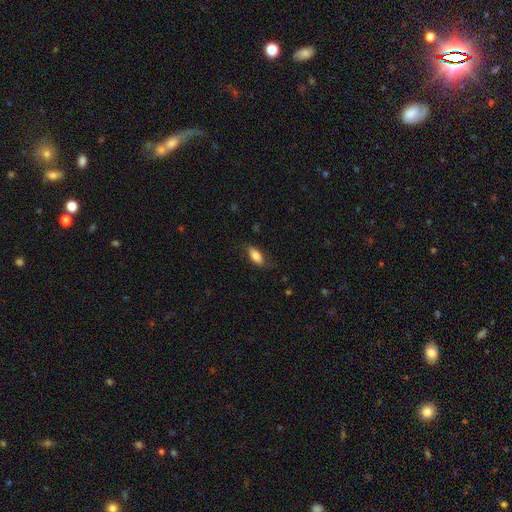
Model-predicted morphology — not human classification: type=smooth (80%); roundness=in between (86%); merging=none (71%).